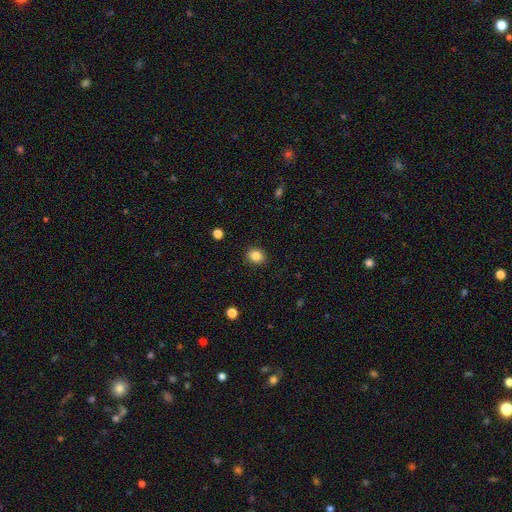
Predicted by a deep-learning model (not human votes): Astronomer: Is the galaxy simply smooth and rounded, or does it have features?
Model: smooth — 86%.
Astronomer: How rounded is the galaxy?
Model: round — 55% (runner-up: in between, 44%).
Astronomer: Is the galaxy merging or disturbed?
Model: none — 89%.